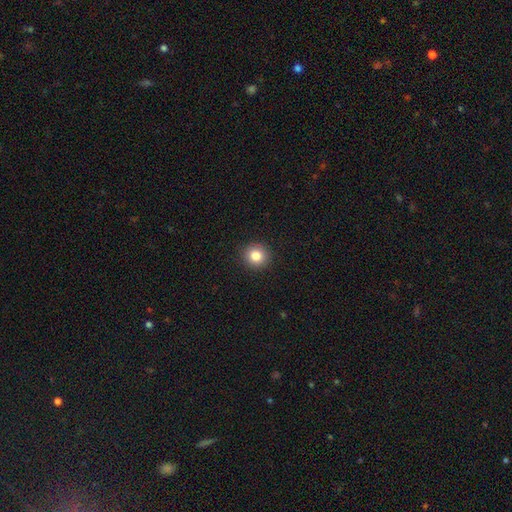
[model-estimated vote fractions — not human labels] The model was most divided on "smooth or featured": smooth: 83%, star or artifact: 11%, featured or disk: 6%. More confident: how rounded — round (93%); merging — none (92%).